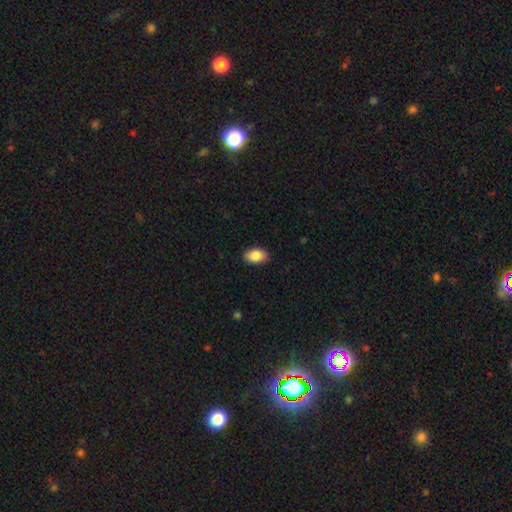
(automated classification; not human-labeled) Smooth or featured: smooth — 87% (star or artifact — 7%)
How rounded: in between — 91% (round — 8%)
Merging: none — 89% (minor disturbance — 8%)